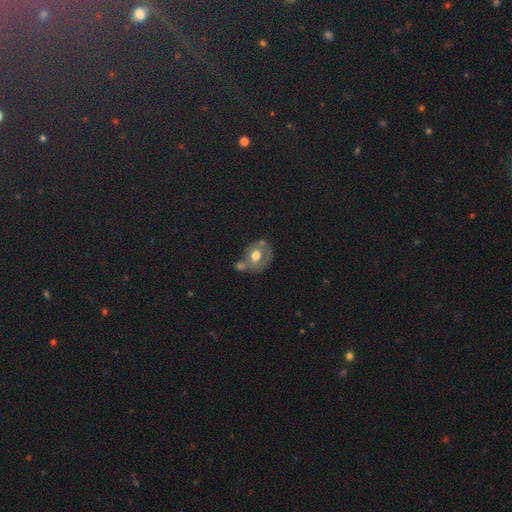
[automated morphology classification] A smooth galaxy with no disk features (49%). Merging: none (39%).